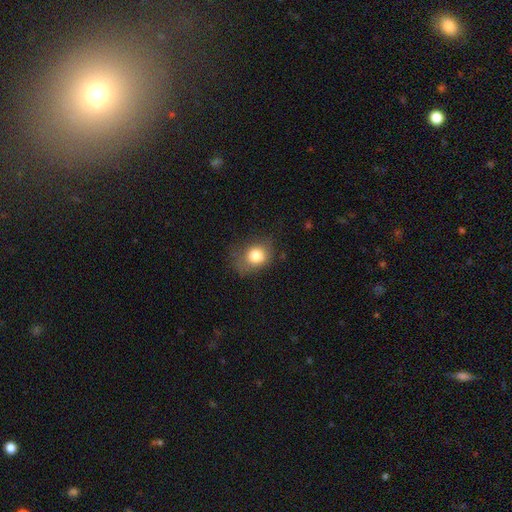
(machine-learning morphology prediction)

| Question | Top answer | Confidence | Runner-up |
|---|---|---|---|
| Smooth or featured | smooth | 78% | featured or disk (11%) |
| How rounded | round | 57% | in between (42%) |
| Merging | none | 55% | minor disturbance (29%) |